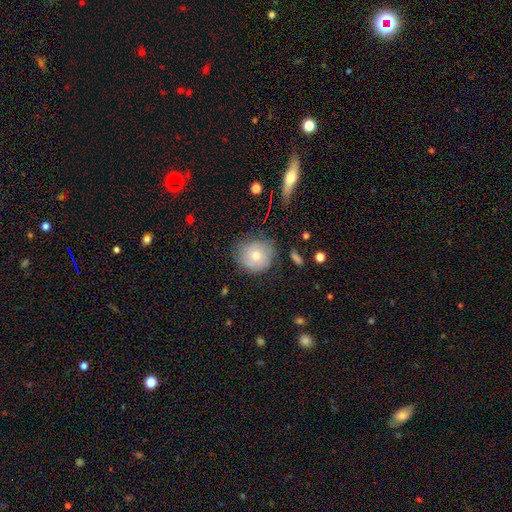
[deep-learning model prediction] Overall: smooth (60%; featured or disk 30%). How rounded: round (85%). Merging: none (69%).